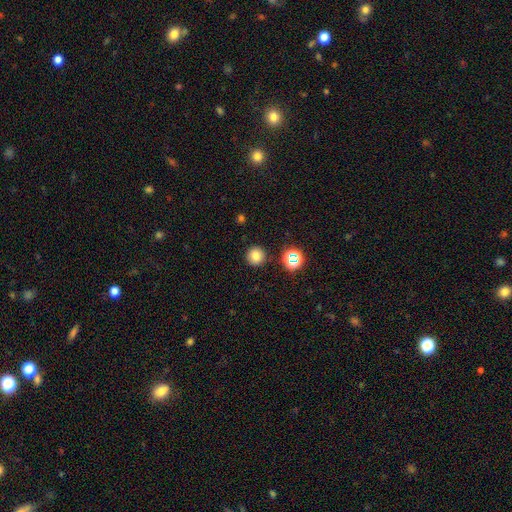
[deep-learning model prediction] Morphology: type=smooth (77%); roundness=round (94%); merging=none (90%).